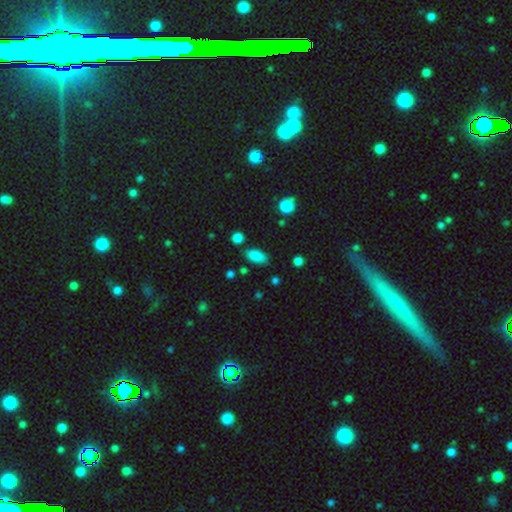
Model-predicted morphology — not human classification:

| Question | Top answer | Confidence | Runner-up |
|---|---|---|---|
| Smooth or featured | smooth | 86% | star or artifact (10%) |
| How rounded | in between | 89% | cigar-shaped (7%) |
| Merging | none | 78% | minor disturbance (15%) |